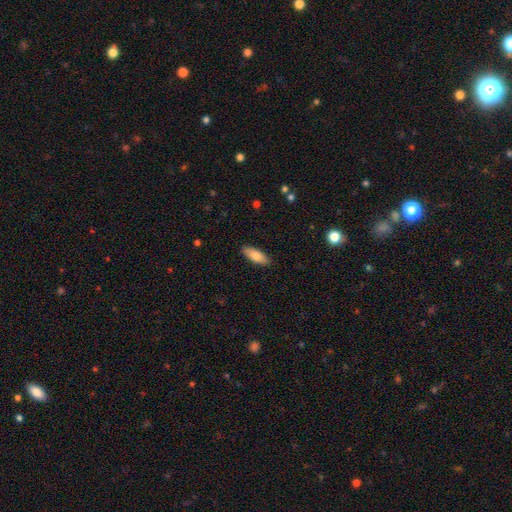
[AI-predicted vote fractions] Overall: smooth (79%). How rounded: in between (72%). Merging: none (89%).